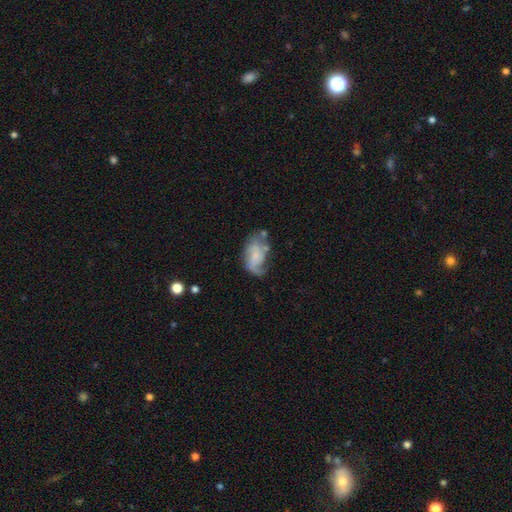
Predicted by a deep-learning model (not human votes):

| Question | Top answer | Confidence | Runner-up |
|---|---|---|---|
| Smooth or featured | featured or disk | 60% | smooth (32%) |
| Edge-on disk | no | 97% | yes (3%) |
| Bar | no | 61% | weak (32%) |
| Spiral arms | yes | 78% | no (22%) |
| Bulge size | none | 39% | small (37%) |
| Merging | none | 38% | minor disturbance (28%) |